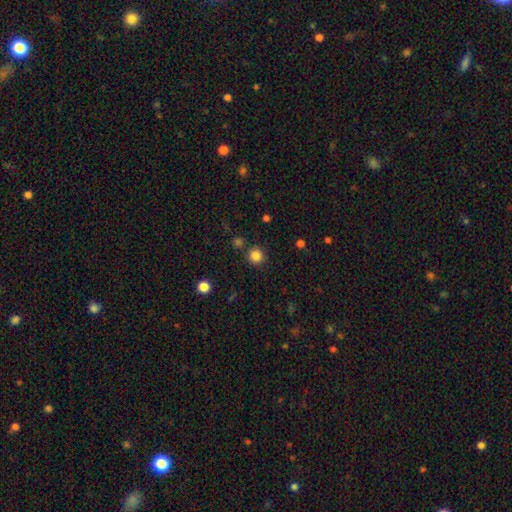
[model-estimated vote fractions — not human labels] Overall: smooth (83%). How rounded: round (94%). Merging: none (86%).